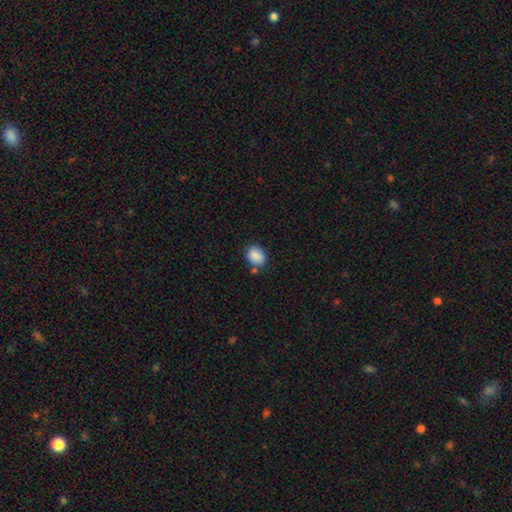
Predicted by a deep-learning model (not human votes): smooth 88%, star or artifact 8%, featured or disk 4%. Down the decision tree: how rounded — in between (56%); merging — none (72%).